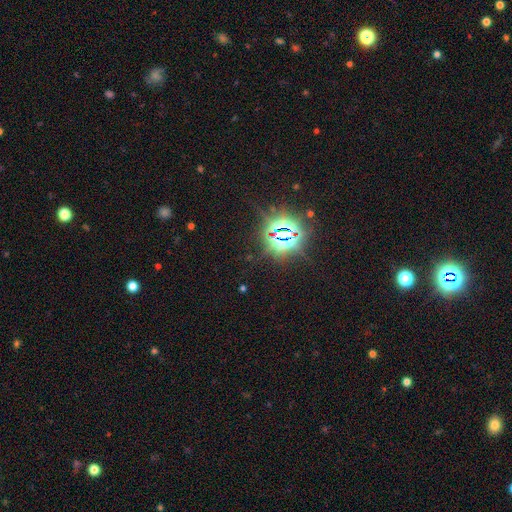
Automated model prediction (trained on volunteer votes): The model was most divided on "smooth or featured": star or artifact: 83%, smooth: 10%, featured or disk: 7%.